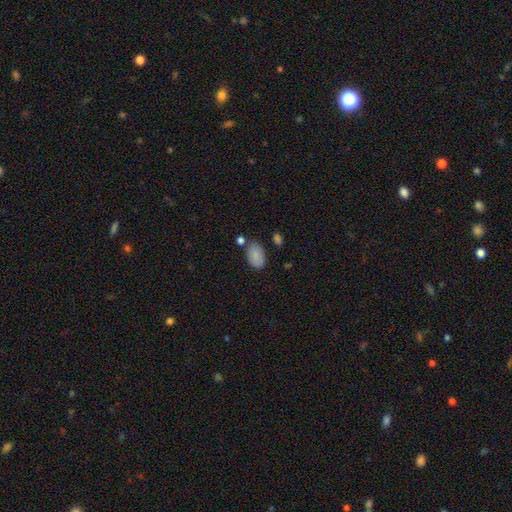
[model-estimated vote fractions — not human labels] smooth_or_featured: smooth (p=0.86) [alt: star or artifact p=0.07]
how_rounded: in between (p=0.91) [alt: round p=0.08]
merging: none (p=0.71) [alt: minor disturbance p=0.16]